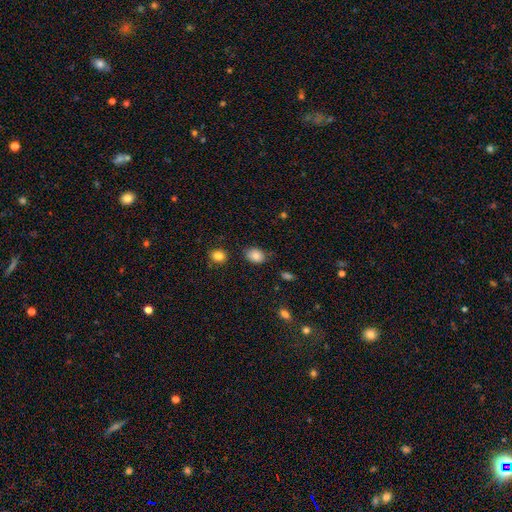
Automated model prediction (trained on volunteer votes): This appears to be a smooth galaxy with no disk features (85%) that is in between round and cigar-shaped (73%). Merging: none (76%).